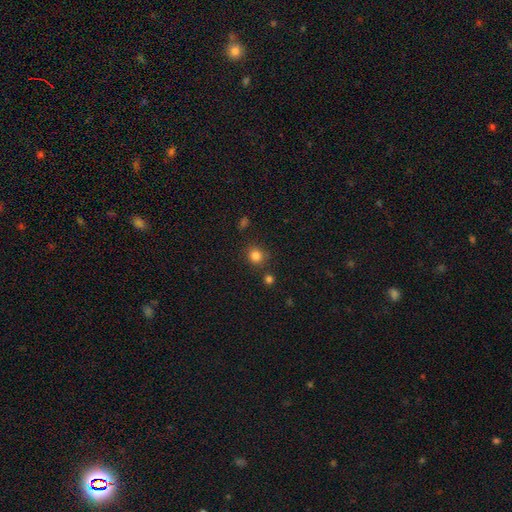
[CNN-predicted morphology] smooth_or_featured: smooth (p=0.82) [alt: star or artifact p=0.13]
how_rounded: round (p=0.85) [alt: in between p=0.14]
merging: none (p=0.81) [alt: minor disturbance p=0.10]